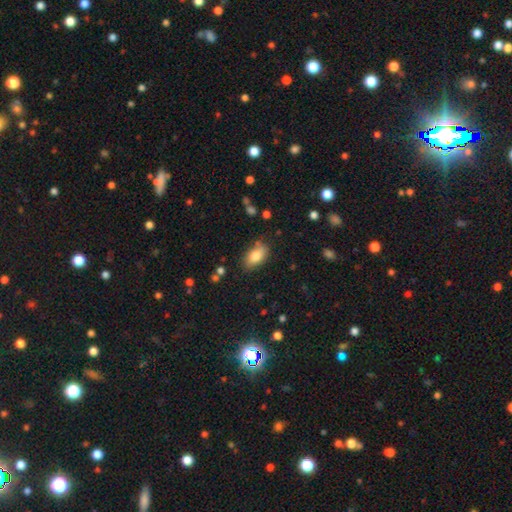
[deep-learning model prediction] Smooth or featured? smooth (82%)
How rounded? in between (91%)
Merging? none (77%)